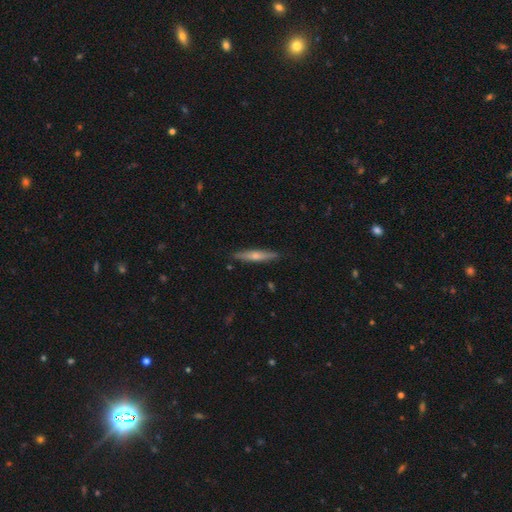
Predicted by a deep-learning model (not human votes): Smooth or featured?
  - smooth: 51% *
  - featured or disk: 43%
  - star or artifact: 6%
How rounded?
  - cigar-shaped: 90% *
  - in between: 9%
  - round: 2%
Merging?
  - none: 88% *
  - minor disturbance: 9%
  - major disturbance: 2%
  - merger: 1%